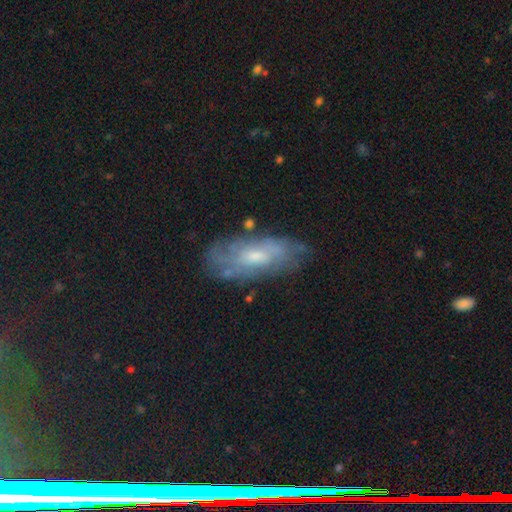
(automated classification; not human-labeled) This appears to be a featured or disk galaxy (65%) with no bar (63%), spiral arms (72%) and a small central bulge (48%). Merging: none (71%).